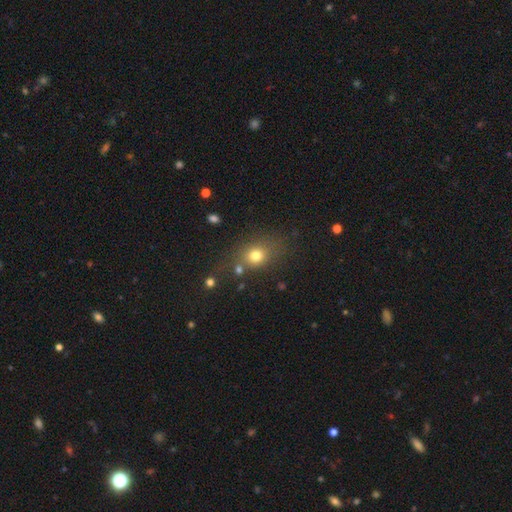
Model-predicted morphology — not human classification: Smooth or featured? smooth (75%)
How rounded? round (54%)
Merging? none (68%)